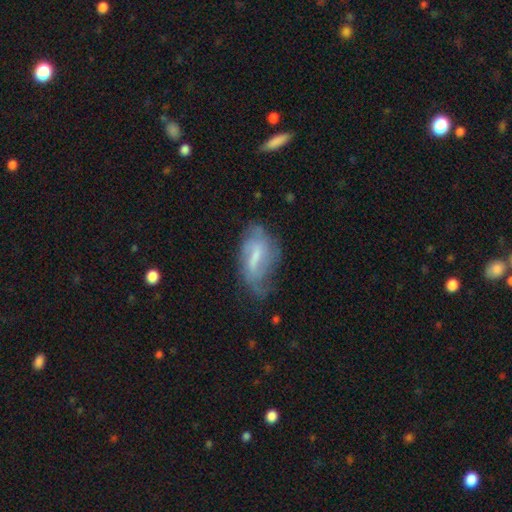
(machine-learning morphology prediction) This appears to be a featured or disk galaxy (58%) with a weak bar (51%), spiral arms (72%) and a moderate central bulge (34%). Merging: none (44%).